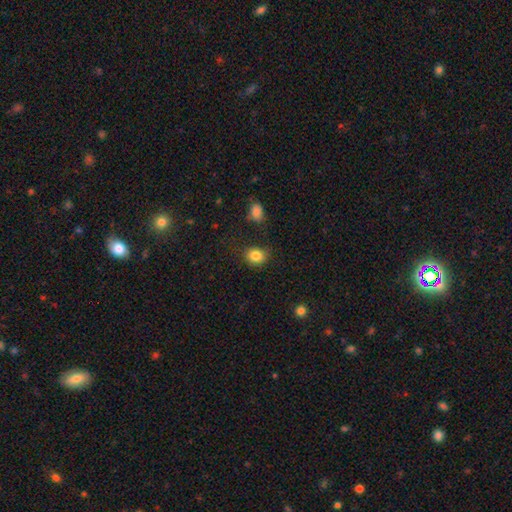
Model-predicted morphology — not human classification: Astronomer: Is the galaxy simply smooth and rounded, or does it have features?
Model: smooth — 84%.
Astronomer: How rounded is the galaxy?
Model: round — 66%.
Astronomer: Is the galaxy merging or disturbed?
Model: none — 82%.